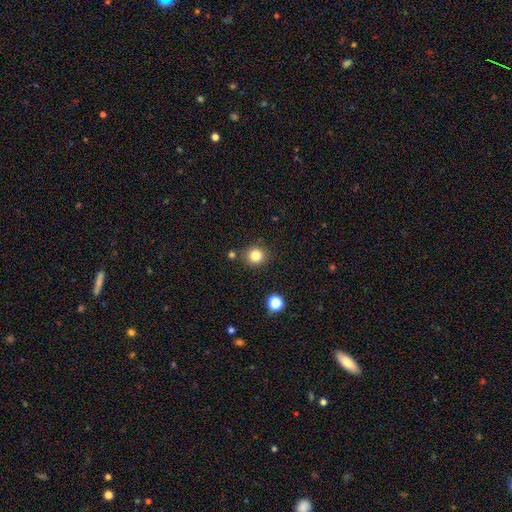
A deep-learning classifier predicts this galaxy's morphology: smooth-or-featured: smooth: 82% | star or artifact: 12% | featured or disk: 6%
  how-rounded: round: 89% | in between: 10% | cigar-shaped: 1%
  merging: none: 85% | minor disturbance: 8% | merger: 4% | major disturbance: 3%